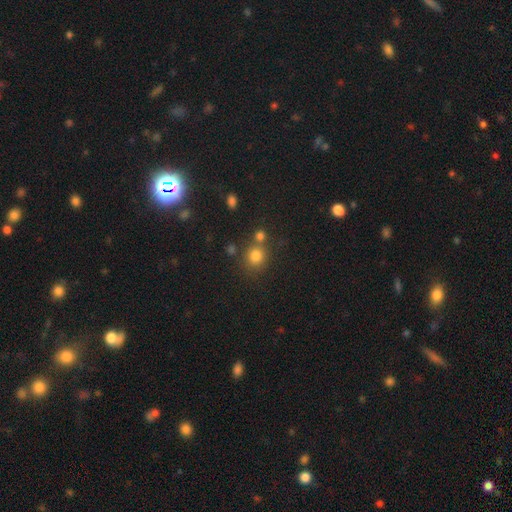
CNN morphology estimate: This is likely a smooth galaxy (79%). How rounded: clearly round (84%). Merging: likely none (62%).